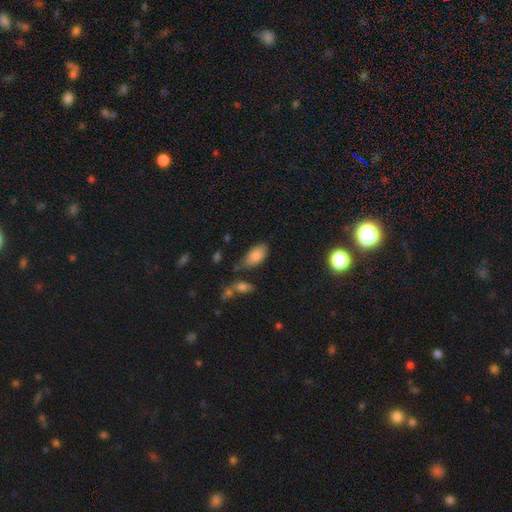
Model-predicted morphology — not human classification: Smooth or featured?
  - smooth: 85% *
  - star or artifact: 8%
  - featured or disk: 8%
How rounded?
  - in between: 93% *
  - cigar-shaped: 3%
  - round: 3%
Merging?
  - none: 62% *
  - minor disturbance: 26%
  - major disturbance: 6%
  - merger: 6%